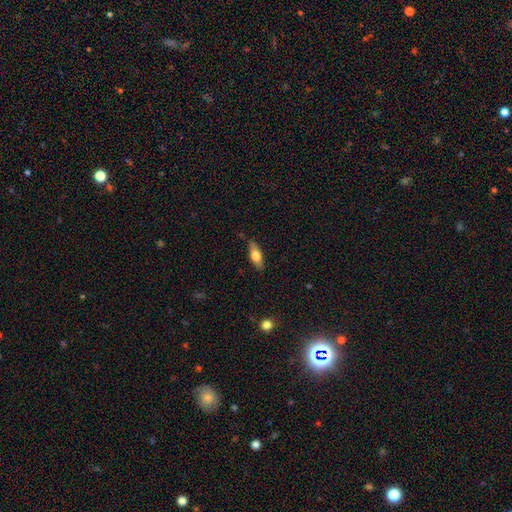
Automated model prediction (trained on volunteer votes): This appears to be a smooth galaxy with no disk features (64%) that is in between round and cigar-shaped (62%). Merging: none (82%).